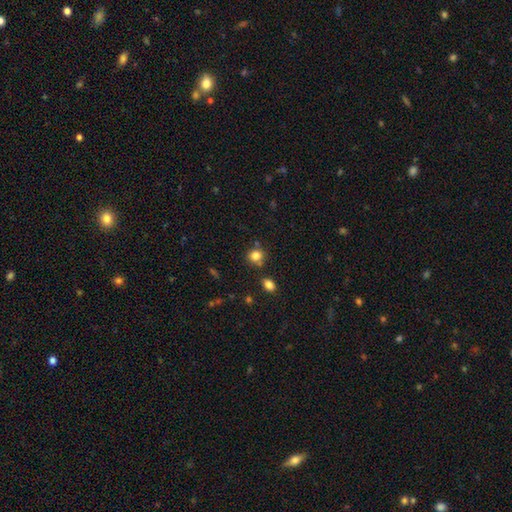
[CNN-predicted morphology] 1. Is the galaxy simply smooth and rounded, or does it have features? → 81% smooth, 12% star or artifact, 7% featured or disk.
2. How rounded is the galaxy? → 80% round, 19% in between, 1% cigar-shaped.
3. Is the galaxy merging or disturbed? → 69% none, 14% minor disturbance, 13% merger, 4% major disturbance.